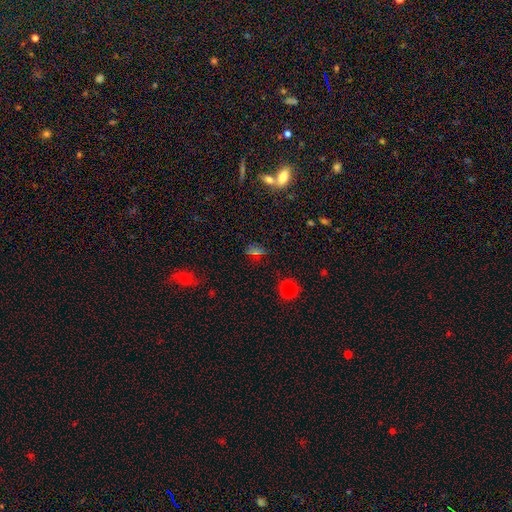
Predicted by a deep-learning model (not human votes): This is possibly a smooth galaxy (46%). Merging: likely none (79%).